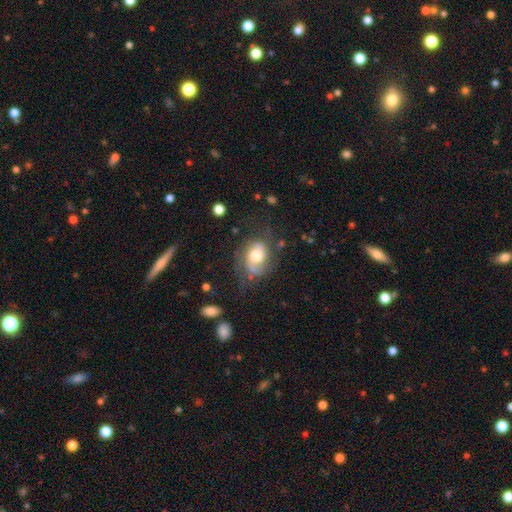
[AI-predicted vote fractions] smooth_or_featured: featured or disk (p=0.56) [alt: smooth p=0.35]
disk_edge_on: no (p=0.96) [alt: yes p=0.04]
bar: no (p=0.69) [alt: weak p=0.26]
has_spiral_arms: yes (p=0.82) [alt: no p=0.18]
bulge_size: moderate (p=0.56) [alt: large p=0.30]
merging: none (p=0.49) [alt: minor disturbance p=0.25]